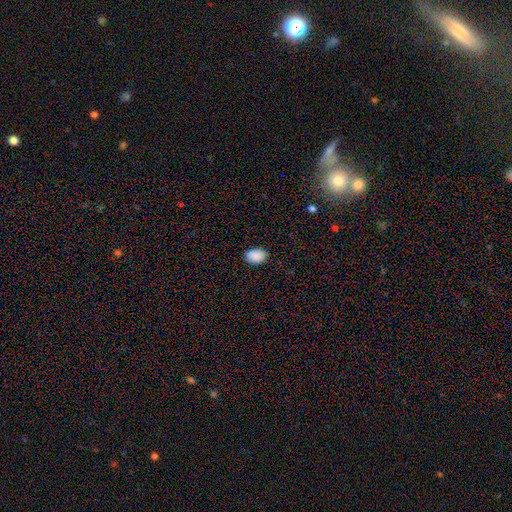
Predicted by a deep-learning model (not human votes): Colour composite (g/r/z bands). It shows a smooth galaxy with no disk features (90%) that is in between round and cigar-shaped (86%). Merging: none (84%).